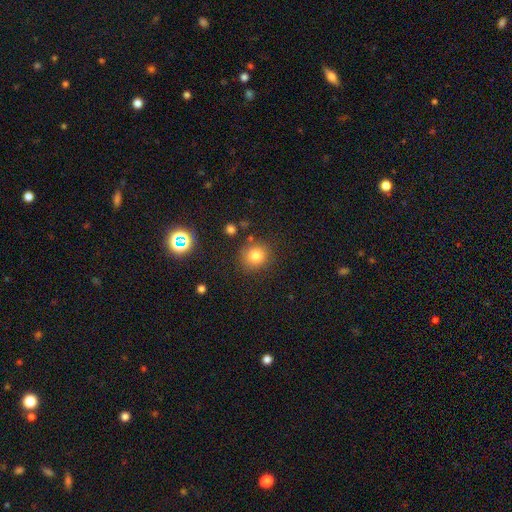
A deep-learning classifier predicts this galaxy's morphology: Smooth or featured? smooth (80%)
How rounded? round (84%)
Merging? none (82%)